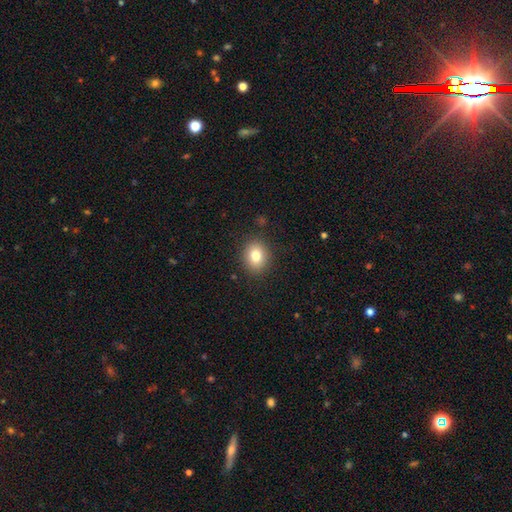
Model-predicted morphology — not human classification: A smooth galaxy with no disk features (80%) that is round (62%).

Vote fractions:
- Smooth or featured? smooth: 80% / star or artifact: 11% / featured or disk: 10%
- How rounded? round: 62% / in between: 37% / cigar-shaped: 1%
- Merging? none: 88% / minor disturbance: 8% / major disturbance: 3% / merger: 1%